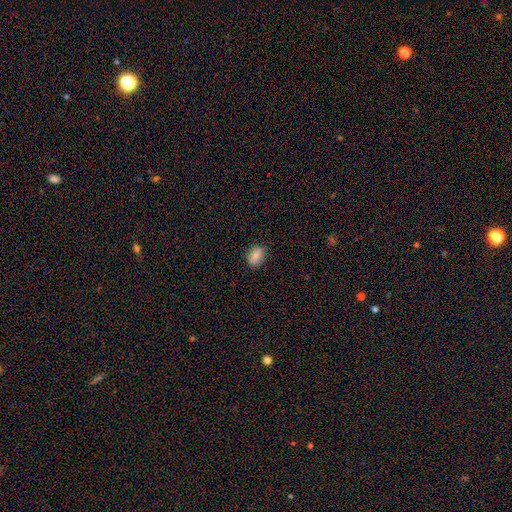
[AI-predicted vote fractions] Q: Smooth or featured?
A: smooth (81%); runner-up: featured or disk (9%)
Q: How rounded?
A: in between (68%); runner-up: round (30%)
Q: Merging?
A: none (84%); runner-up: minor disturbance (12%)